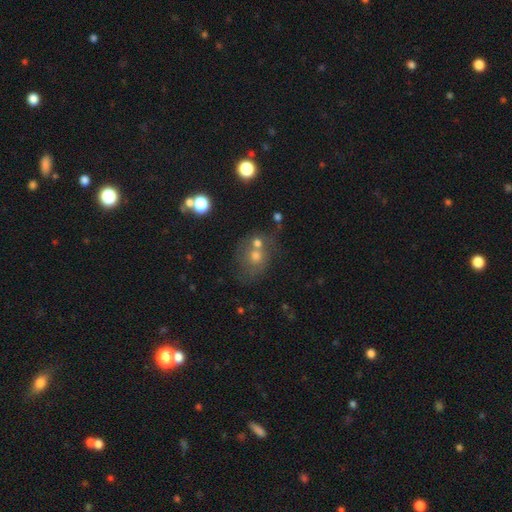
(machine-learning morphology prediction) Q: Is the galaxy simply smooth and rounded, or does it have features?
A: smooth — 52%.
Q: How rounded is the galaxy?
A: round — 67%.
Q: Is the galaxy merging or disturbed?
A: none — 41%.